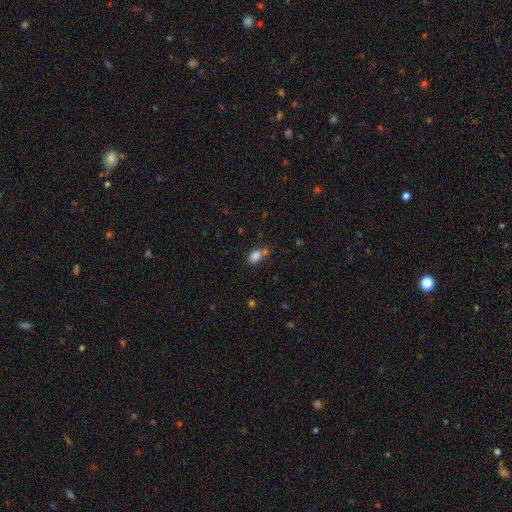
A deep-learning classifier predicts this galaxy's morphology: The model was most divided on "merging": none: 50%, merger: 29%, minor disturbance: 15%, major disturbance: 6%. More confident: smooth or featured — smooth (82%); how rounded — in between (77%).